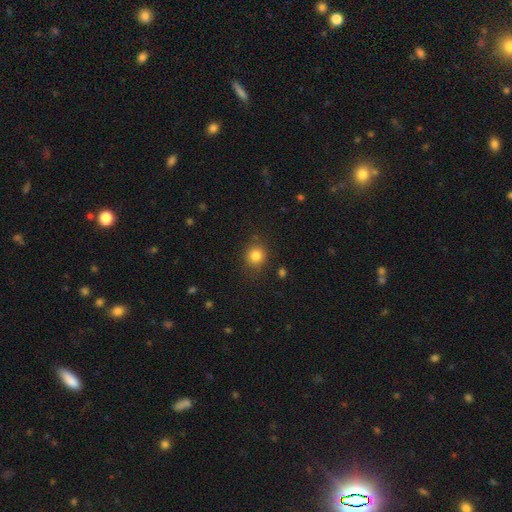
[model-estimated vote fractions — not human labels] This appears to be a smooth galaxy with no disk features (83%) that is round (87%). Merging: none (84%).